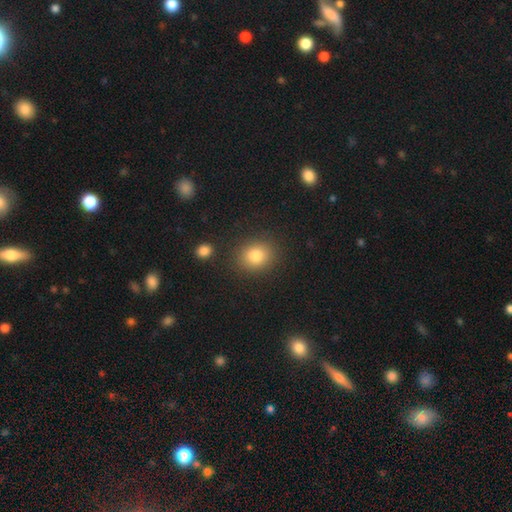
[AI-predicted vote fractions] This is clearly a smooth galaxy (81%). How rounded: likely round (63%). Merging: clearly none (86%).